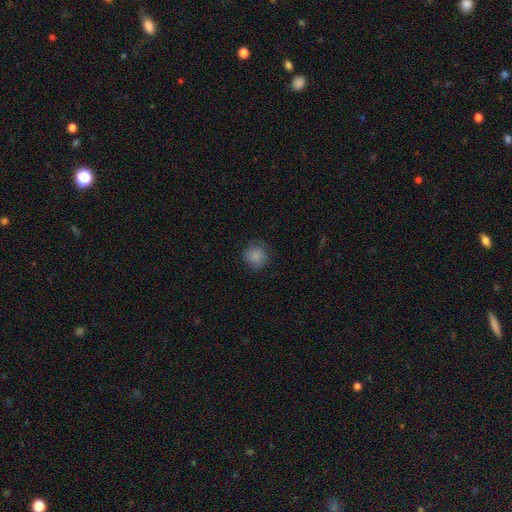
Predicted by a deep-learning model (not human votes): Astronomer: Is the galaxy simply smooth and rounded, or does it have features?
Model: smooth — 84%.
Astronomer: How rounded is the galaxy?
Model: round — 90%.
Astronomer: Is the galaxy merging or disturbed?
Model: none — 79%.